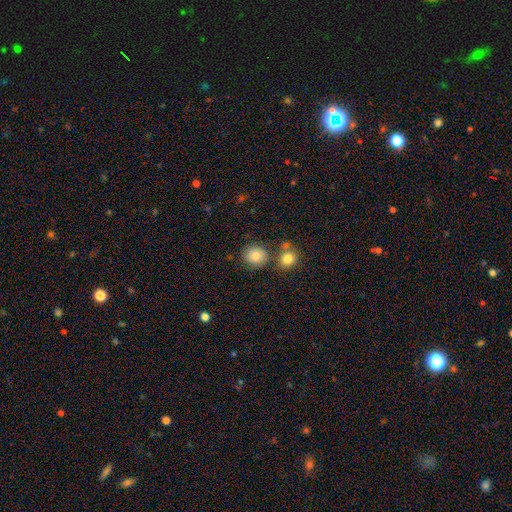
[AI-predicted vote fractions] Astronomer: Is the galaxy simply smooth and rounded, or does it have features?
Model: smooth — 84%.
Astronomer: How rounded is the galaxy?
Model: round — 82%.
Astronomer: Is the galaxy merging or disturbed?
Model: none — 73%.